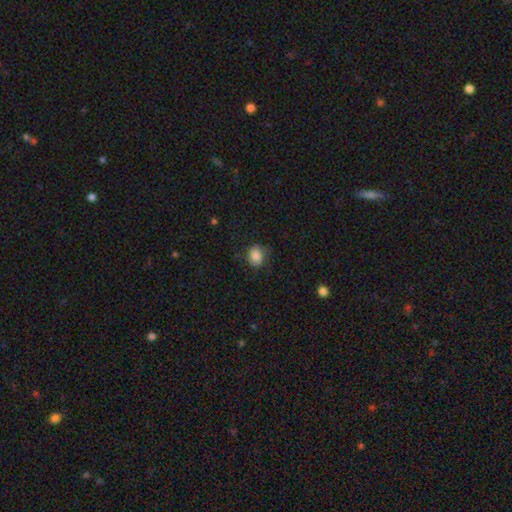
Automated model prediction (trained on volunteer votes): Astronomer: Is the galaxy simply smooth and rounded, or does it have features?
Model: smooth — 85%.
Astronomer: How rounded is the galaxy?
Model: round — 56% (runner-up: in between, 43%).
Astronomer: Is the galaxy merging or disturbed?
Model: none — 71%.